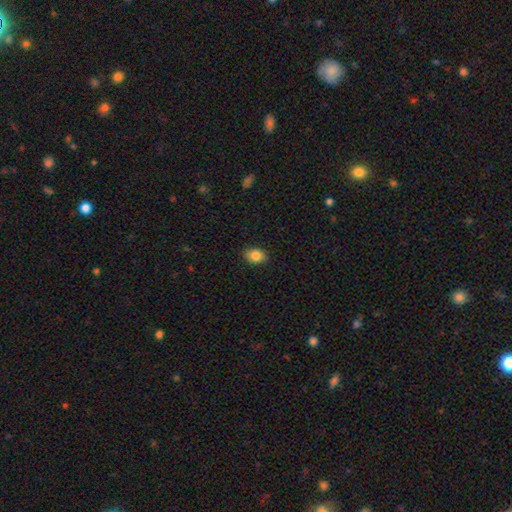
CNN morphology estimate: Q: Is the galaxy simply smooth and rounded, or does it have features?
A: smooth — 84%.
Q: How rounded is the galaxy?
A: in between — 72%.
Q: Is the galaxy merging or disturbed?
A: none — 88%.